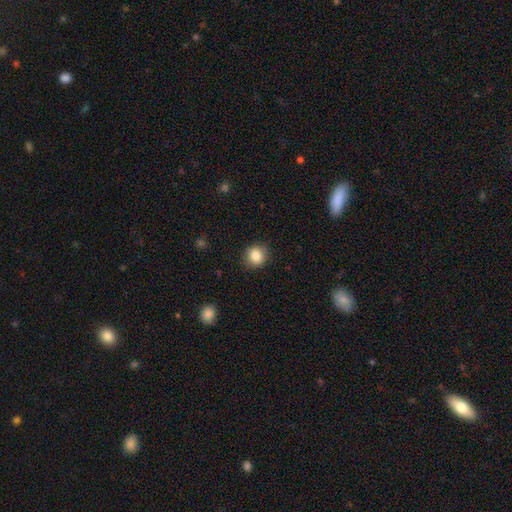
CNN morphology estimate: A smooth galaxy with no disk features (85%) that is round (77%). Merging: none (85%).